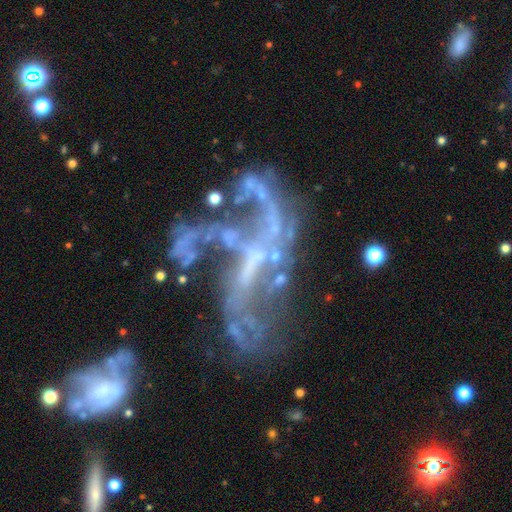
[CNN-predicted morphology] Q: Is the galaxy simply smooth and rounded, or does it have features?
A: featured or disk — 82%.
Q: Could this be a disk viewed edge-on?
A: no — 97%.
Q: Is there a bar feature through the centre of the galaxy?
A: no — 43%.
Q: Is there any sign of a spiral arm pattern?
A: yes — 74%.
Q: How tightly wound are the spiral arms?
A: loose — 72%.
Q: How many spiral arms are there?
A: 2 — 28%, tied with can't tell.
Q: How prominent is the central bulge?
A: none — 53%.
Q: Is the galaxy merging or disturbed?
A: major disturbance — 37%.